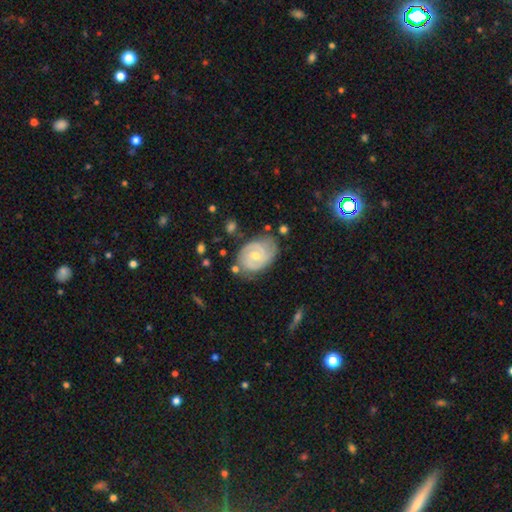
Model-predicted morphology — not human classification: smooth-or-featured: featured or disk: 78% | smooth: 17% | star or artifact: 6%
  disk-edge-on: no: 97% | yes: 3%
    bar: no: 55% | weak: 40% | strong: 6%
    has-spiral-arms: yes: 93% | no: 7%
      spiral-winding: tight: 57% | medium: 34% | loose: 9%
      spiral-arm-count: 2: 56% | can't tell: 21% | 3: 14% | 1: 4% | 4: 3% | more than 4: 2%
    bulge-size: small: 50% | moderate: 47% | none: 1% | large: 1% | dominant: 1%
  merging: none: 65% | minor disturbance: 24% | major disturbance: 7% | merger: 4%